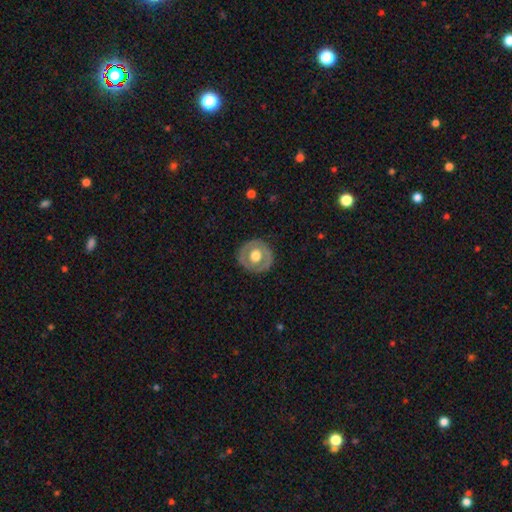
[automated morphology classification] Smooth or featured?
  - featured or disk: 49% *
  - smooth: 45%
  - star or artifact: 6%
Merging?
  - none: 85% *
  - minor disturbance: 10%
  - major disturbance: 3%
  - merger: 1%